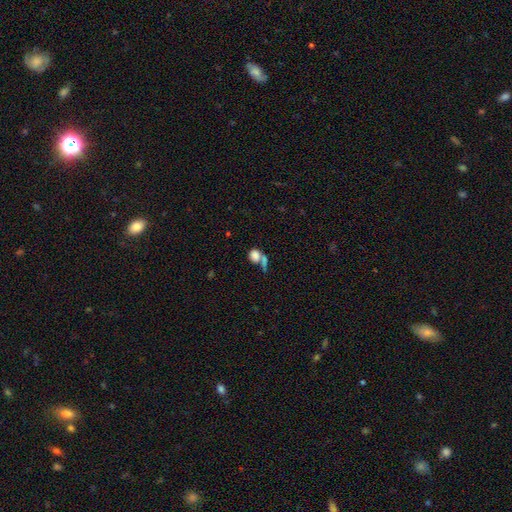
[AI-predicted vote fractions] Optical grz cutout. It shows a smooth galaxy with no disk features (77%) that is round (59%). Merging: merger (42%).